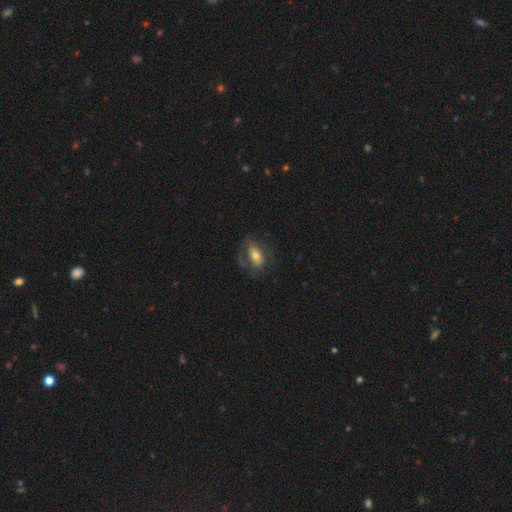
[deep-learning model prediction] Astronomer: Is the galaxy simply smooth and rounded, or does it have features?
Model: smooth — 47% (runner-up: featured or disk, 45%).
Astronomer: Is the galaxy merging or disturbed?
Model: none — 51%.